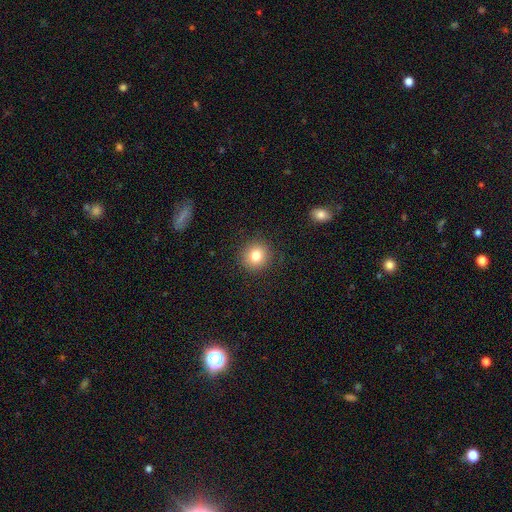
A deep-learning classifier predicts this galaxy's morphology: smooth_or_featured: smooth (p=0.80) [alt: star or artifact p=0.11]
how_rounded: round (p=0.91) [alt: in between p=0.08]
merging: none (p=0.90) [alt: minor disturbance p=0.06]